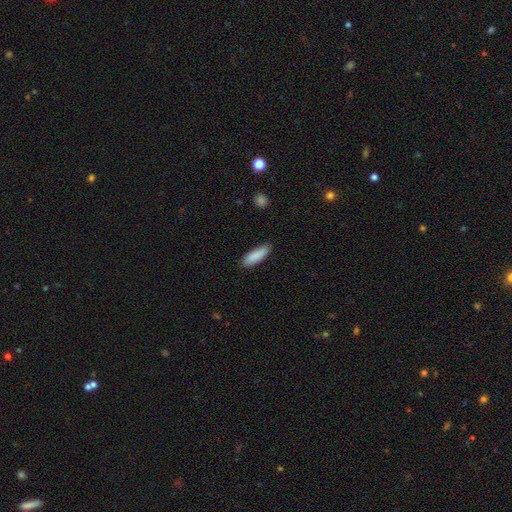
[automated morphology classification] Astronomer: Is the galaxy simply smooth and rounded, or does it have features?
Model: smooth — 88%.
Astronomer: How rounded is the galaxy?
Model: cigar-shaped — 51% (runner-up: in between, 48%).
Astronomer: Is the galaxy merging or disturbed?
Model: none — 84%.